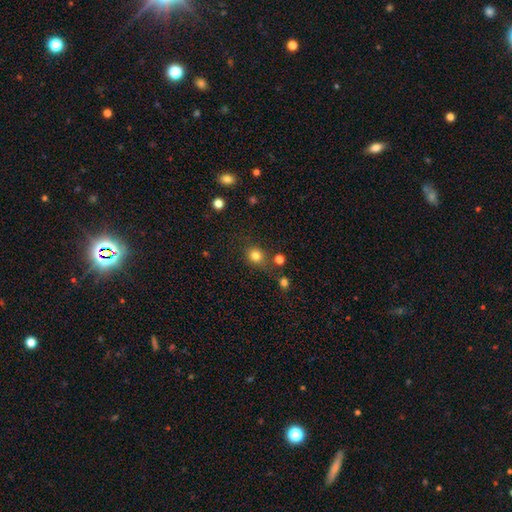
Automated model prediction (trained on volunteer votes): The model was most divided on "merging": none: 70%, minor disturbance: 14%, merger: 11%, major disturbance: 6%. More confident: smooth or featured — smooth (80%); how rounded — round (79%).